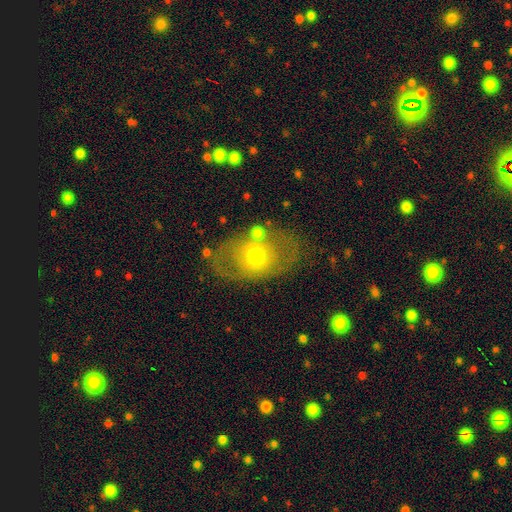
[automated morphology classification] smooth_or_featured: featured or disk (p=0.50) [alt: smooth p=0.41]
disk_edge_on: no (p=0.92) [alt: yes p=0.08]
merging: none (p=0.68) [alt: minor disturbance p=0.16]